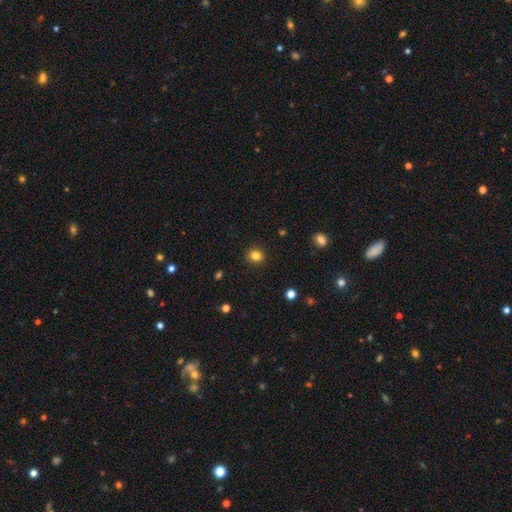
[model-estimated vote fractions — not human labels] This appears to be a smooth galaxy with no disk features (83%) that is round (82%). Merging: none (90%).